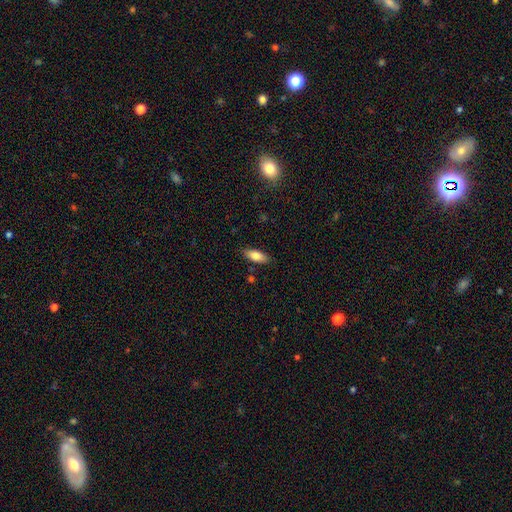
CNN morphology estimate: Overall: smooth (80%). How rounded: in between (77%). Merging: none (85%).